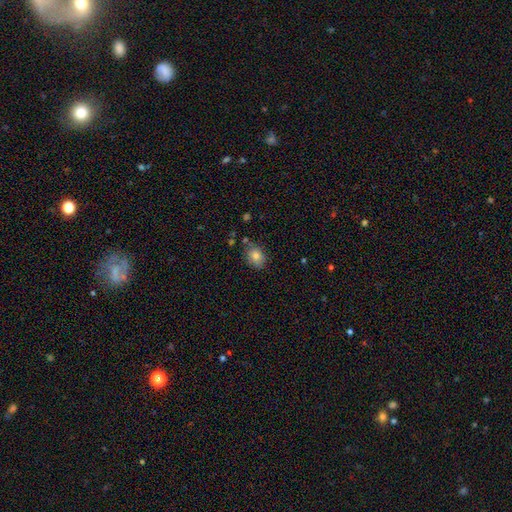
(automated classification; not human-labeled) Smooth or featured?
  - smooth: 81% *
  - star or artifact: 10%
  - featured or disk: 9%
How rounded?
  - in between: 58% *
  - round: 41%
  - cigar-shaped: 1%
Merging?
  - none: 74% *
  - minor disturbance: 18%
  - merger: 4%
  - major disturbance: 4%